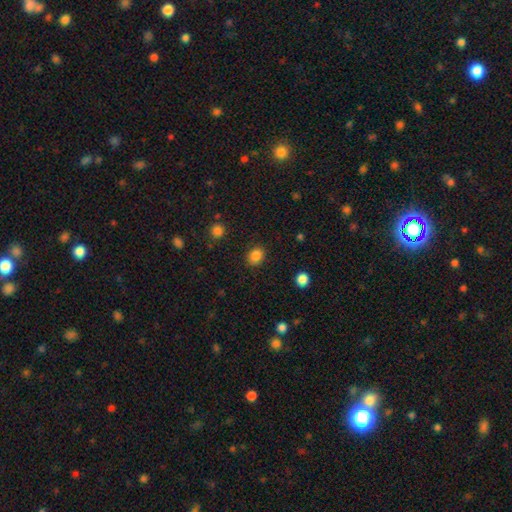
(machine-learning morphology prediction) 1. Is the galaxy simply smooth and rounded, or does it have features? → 85% smooth, 10% star or artifact, 4% featured or disk.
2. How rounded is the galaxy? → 58% round, 42% in between, 1% cigar-shaped.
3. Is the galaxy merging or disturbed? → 88% none, 8% minor disturbance, 3% major disturbance, 1% merger.